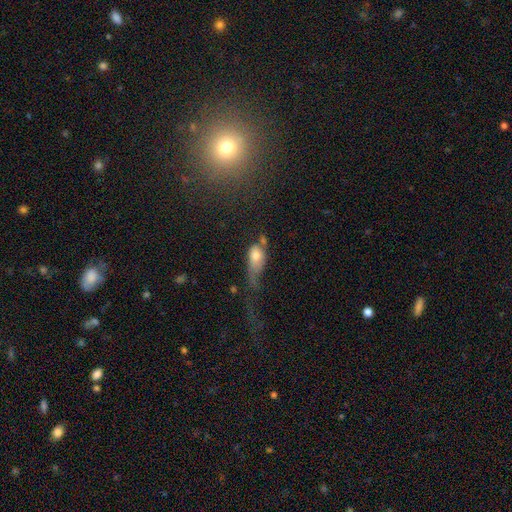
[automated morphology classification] Smooth or featured? smooth (66%)
How rounded? in between (82%)
Merging? major disturbance (43%)